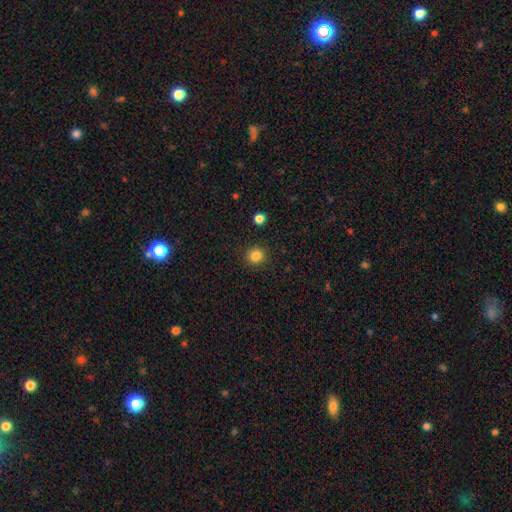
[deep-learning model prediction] Q: Smooth or featured?
A: smooth (84%); runner-up: star or artifact (12%)
Q: How rounded?
A: round (93%); runner-up: in between (6%)
Q: Merging?
A: none (91%); runner-up: minor disturbance (5%)